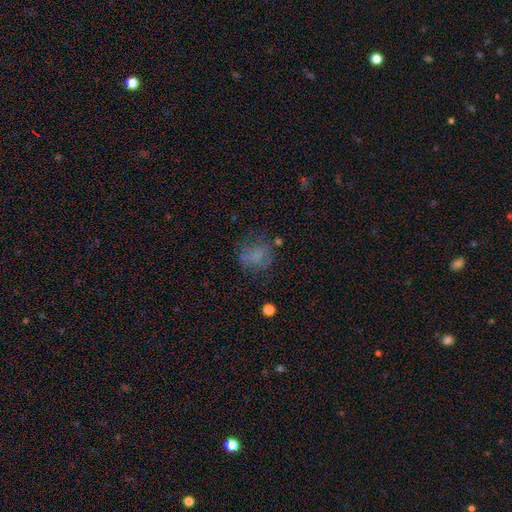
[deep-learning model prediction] The model was most divided on "how rounded": round: 65%, in between: 34%, cigar-shaped: 1%. More confident: smooth or featured — smooth (62%); merging — none (55%).